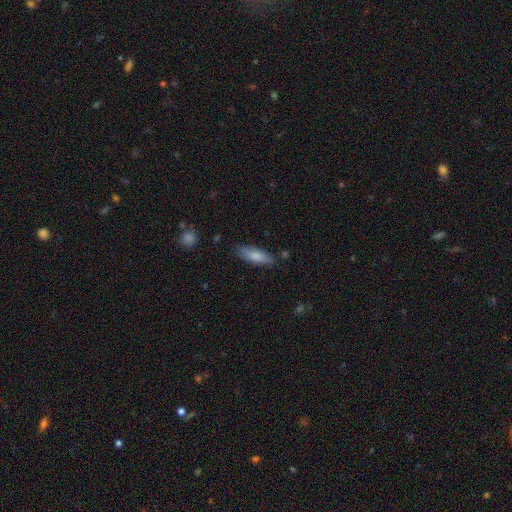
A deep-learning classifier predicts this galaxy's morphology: Smooth or featured? Predicted: smooth (p=0.78). How rounded? Predicted: in between (p=0.56). Merging? Predicted: none (p=0.77).